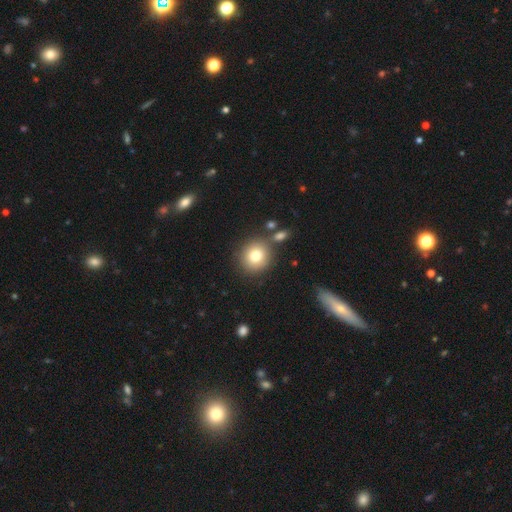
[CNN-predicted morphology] This appears to be a smooth galaxy with no disk features (79%) that is round (87%). Merging: none (77%).